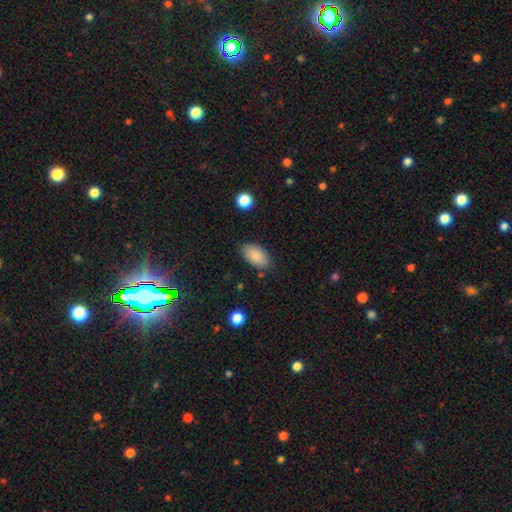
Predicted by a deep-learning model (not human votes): Smooth or featured: smooth — 87% (star or artifact — 7%)
How rounded: in between — 94% (round — 4%)
Merging: none — 82% (minor disturbance — 13%)